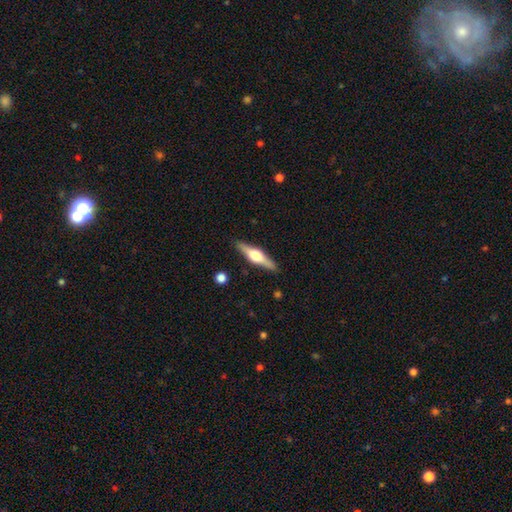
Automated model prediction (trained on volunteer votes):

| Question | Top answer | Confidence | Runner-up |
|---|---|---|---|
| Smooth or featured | featured or disk | 70% | smooth (25%) |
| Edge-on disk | yes | 97% | no (3%) |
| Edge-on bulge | rounded | 94% | boxy (4%) |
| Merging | none | 90% | minor disturbance (7%) |